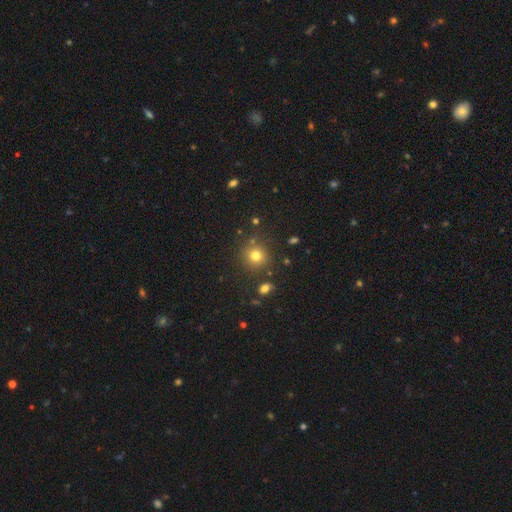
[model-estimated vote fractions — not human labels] Smooth or featured?
  - smooth: 76% *
  - star or artifact: 17%
  - featured or disk: 8%
How rounded?
  - round: 91% *
  - in between: 8%
  - cigar-shaped: 1%
Merging?
  - none: 83% *
  - minor disturbance: 9%
  - merger: 5%
  - major disturbance: 3%